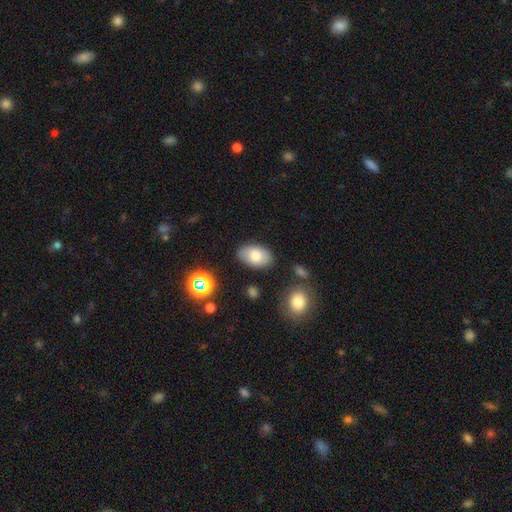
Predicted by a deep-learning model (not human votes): smooth 76%, featured or disk 15%, star or artifact 9%. Down the decision tree: how rounded — in between (90%); merging — none (82%).